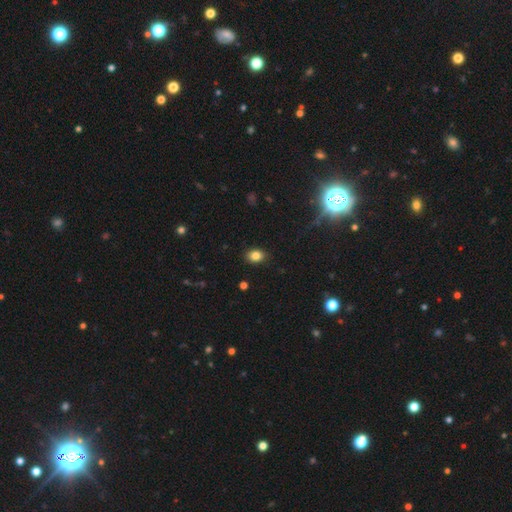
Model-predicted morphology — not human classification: type=smooth (83%); roundness=in between (67%); merging=none (88%).